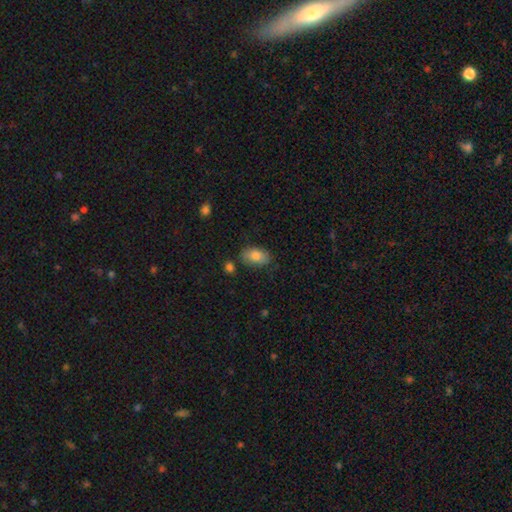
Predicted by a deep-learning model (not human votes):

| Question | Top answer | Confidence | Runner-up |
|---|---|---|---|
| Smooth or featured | smooth | 82% | featured or disk (10%) |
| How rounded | in between | 91% | round (7%) |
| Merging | none | 78% | minor disturbance (15%) |